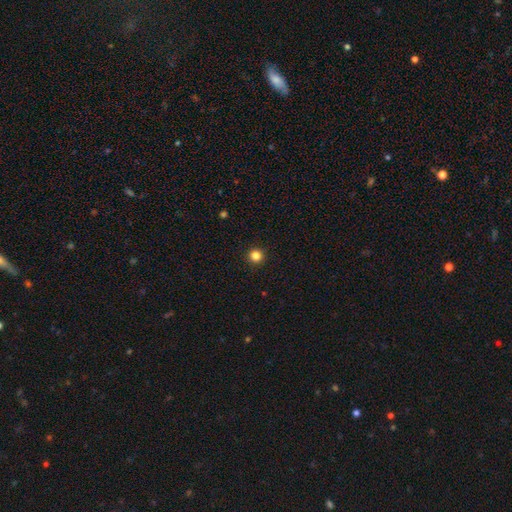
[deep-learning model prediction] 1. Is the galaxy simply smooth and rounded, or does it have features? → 84% smooth, 12% star or artifact, 4% featured or disk.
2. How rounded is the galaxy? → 96% round, 3% in between, 1% cigar-shaped.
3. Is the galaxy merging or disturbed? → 93% none, 4% minor disturbance, 2% major disturbance, 1% merger.